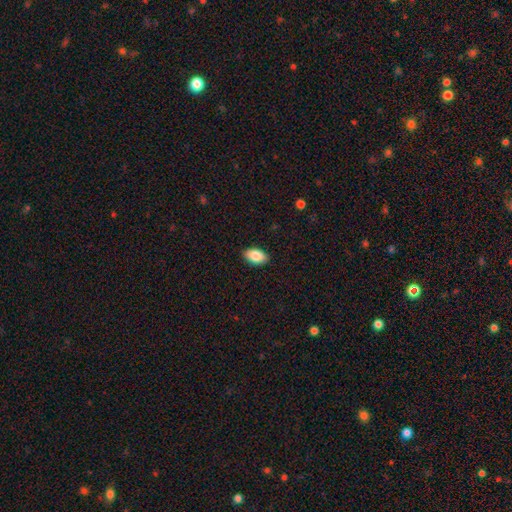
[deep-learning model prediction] Smooth or featured? Predicted: smooth (p=0.85). How rounded? Predicted: in between (p=0.94). Merging? Predicted: none (p=0.89).